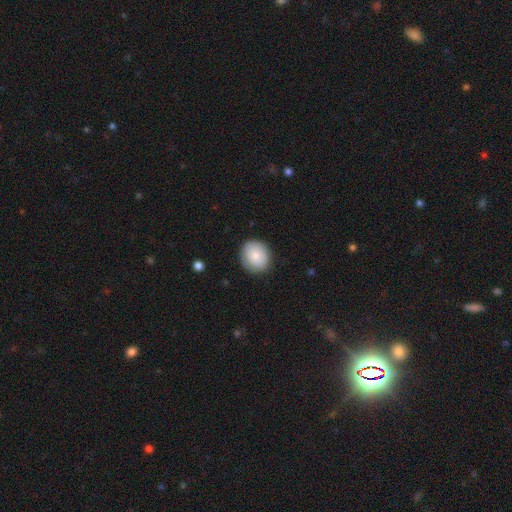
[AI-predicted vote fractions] Smooth or featured: smooth — 84% (featured or disk — 10%)
How rounded: round — 77% (in between — 22%)
Merging: none — 86% (minor disturbance — 10%)